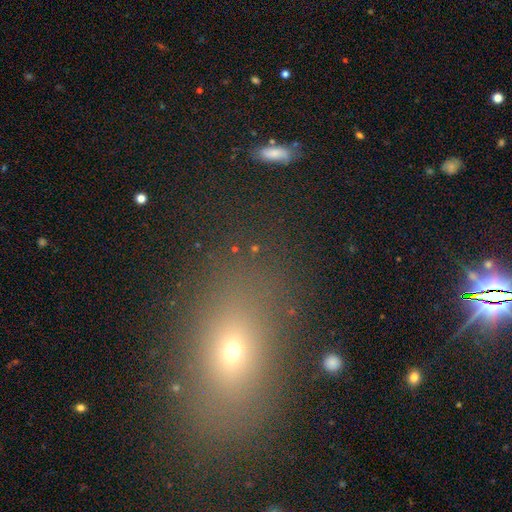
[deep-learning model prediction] Smooth or featured: smooth — 53% (star or artifact — 32%)
How rounded: in between — 68% (round — 25%)
Merging: none — 82% (minor disturbance — 9%)